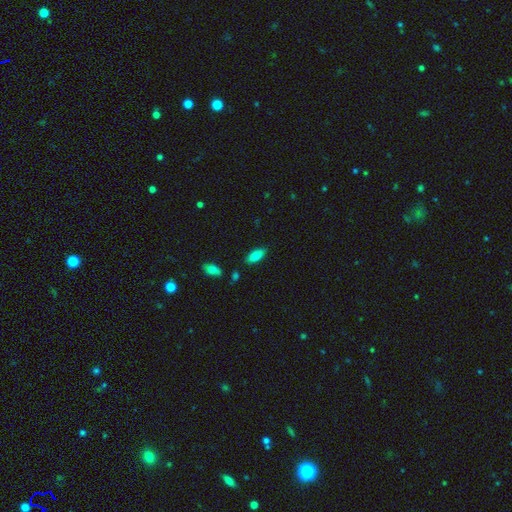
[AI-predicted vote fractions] Smooth or featured? Predicted: smooth (p=0.81). How rounded? Predicted: in between (p=0.81). Merging? Predicted: none (p=0.83).